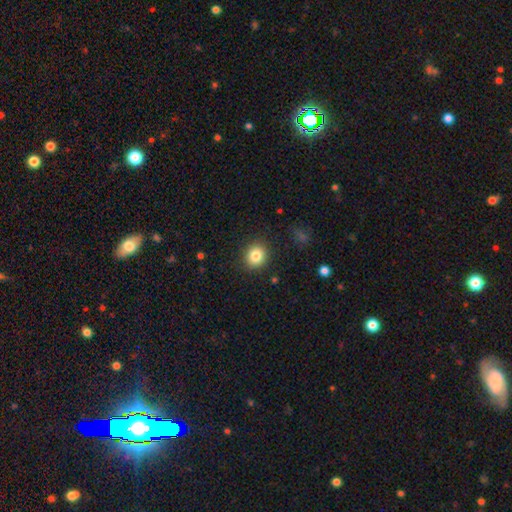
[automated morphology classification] type=smooth (83%); roundness=round (77%); merging=none (89%).